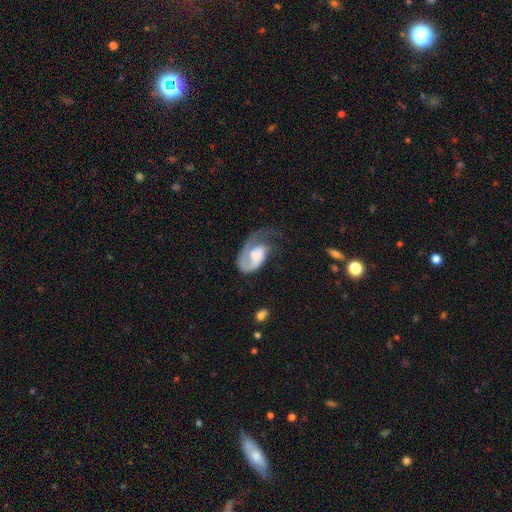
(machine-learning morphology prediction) Overall: featured or disk (71%). Edge-on disk: no (97%). Bar: no (71%). Spiral arms: yes (91%). Spiral arm count: 1 (85%). Spiral winding: tight (36%; medium 33%). Bulge size: large (33%; moderate 23%). Merging: major disturbance (49%; none 29%).